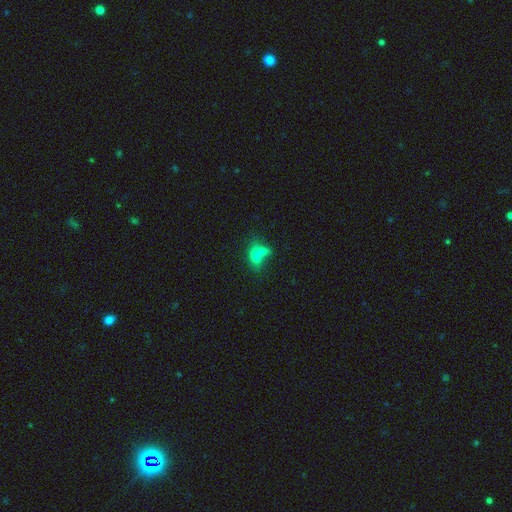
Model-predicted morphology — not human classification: smooth 68%, featured or disk 20%, star or artifact 12%. Down the decision tree: how rounded — in between (69%); merging — merger (60%).